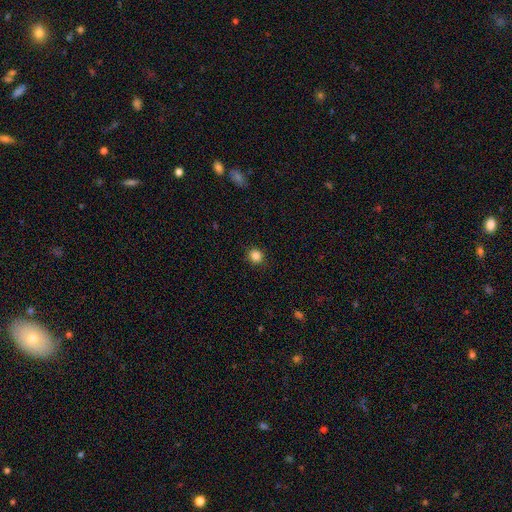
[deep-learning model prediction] A smooth galaxy with no disk features (85%) that is round (86%). Merging: none (90%).